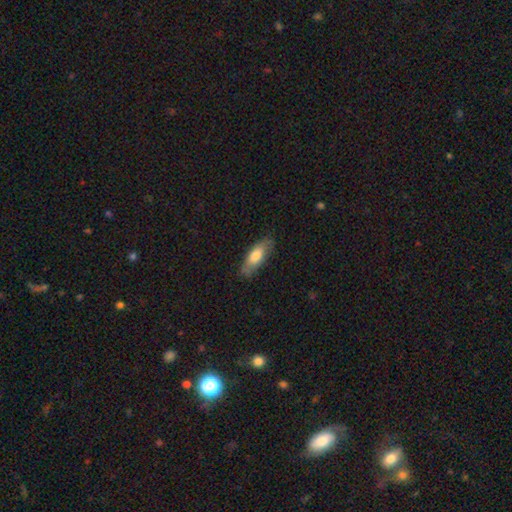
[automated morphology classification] This is likely a smooth galaxy (69%). How rounded: likely in between (69%). Merging: likely none (76%).